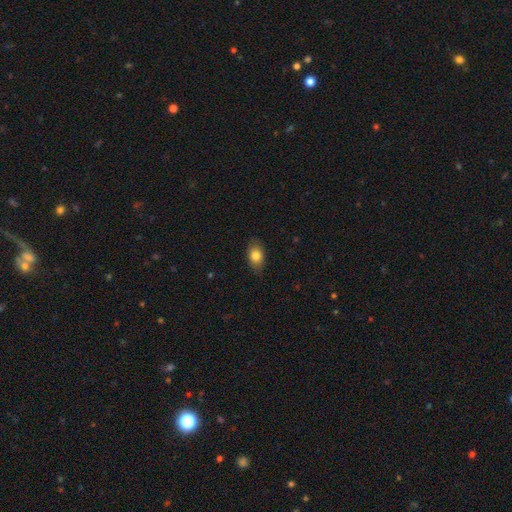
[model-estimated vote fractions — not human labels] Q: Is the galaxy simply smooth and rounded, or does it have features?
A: smooth — 81%.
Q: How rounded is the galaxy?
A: in between — 83%.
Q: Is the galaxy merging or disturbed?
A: none — 83%.